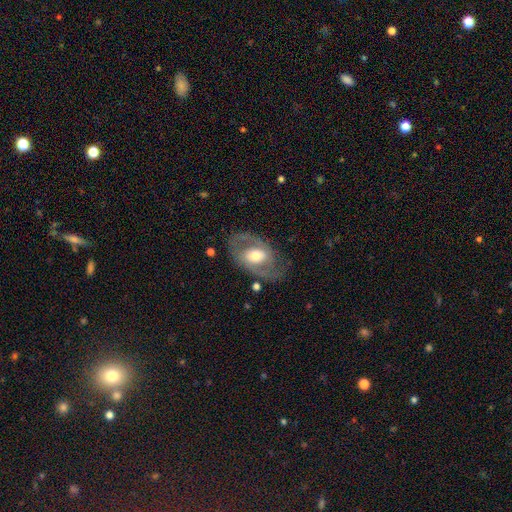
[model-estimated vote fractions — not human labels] A featured or disk galaxy (68%) with no bar (48%), spiral arms (59%) and a moderate central bulge (63%). Merging: none (72%).